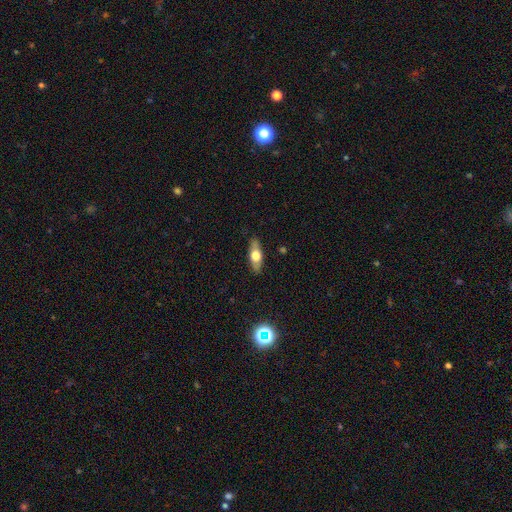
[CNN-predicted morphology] Smooth or featured: smooth — 56% (featured or disk — 37%)
How rounded: in between — 66% (cigar-shaped — 29%)
Merging: none — 87% (minor disturbance — 10%)